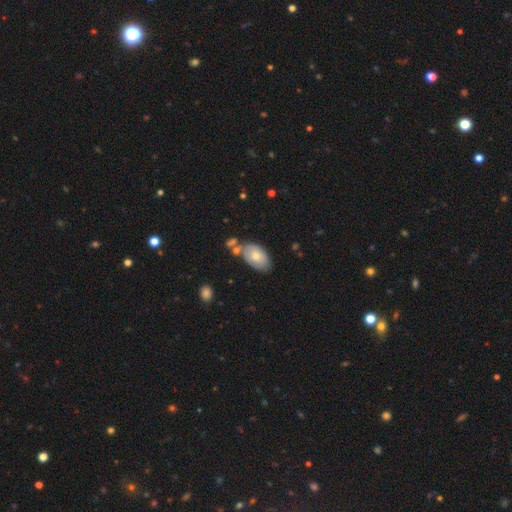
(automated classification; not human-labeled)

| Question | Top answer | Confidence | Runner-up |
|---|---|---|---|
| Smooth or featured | smooth | 67% | featured or disk (27%) |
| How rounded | in between | 93% | round (6%) |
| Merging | none | 59% | minor disturbance (20%) |